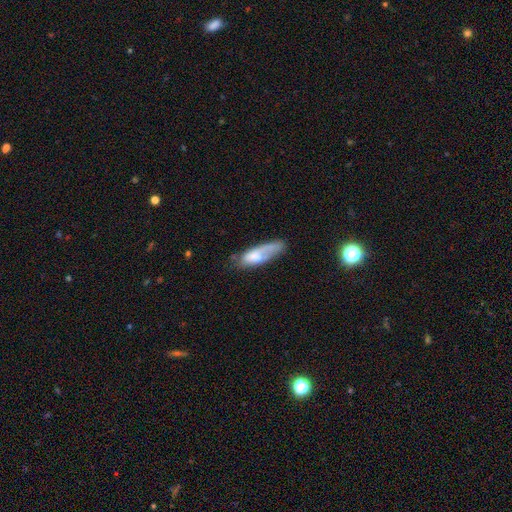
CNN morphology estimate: Q: Smooth or featured?
A: smooth (66%); runner-up: featured or disk (27%)
Q: How rounded?
A: in between (56%); runner-up: cigar-shaped (42%)
Q: Merging?
A: none (40%); runner-up: minor disturbance (30%)